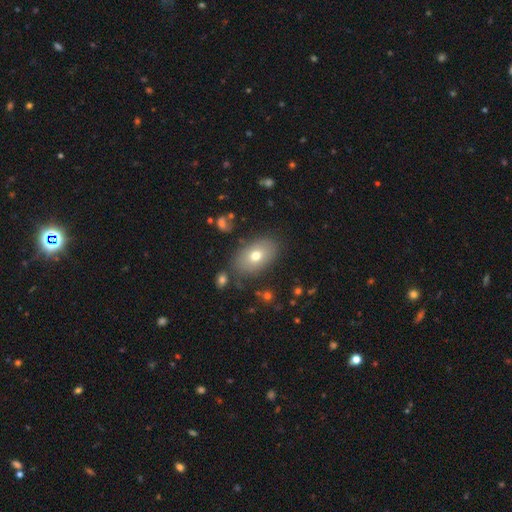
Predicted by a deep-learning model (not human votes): Smooth or featured? smooth (69%)
How rounded? in between (88%)
Merging? none (80%)